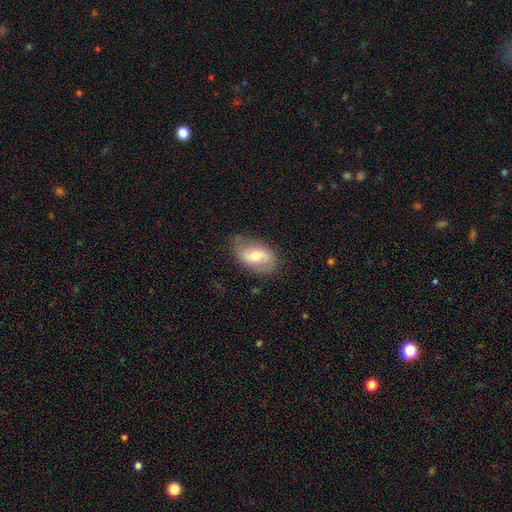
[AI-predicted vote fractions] Smooth or featured? Predicted: smooth (p=0.47). Merging? Predicted: none (p=0.67).